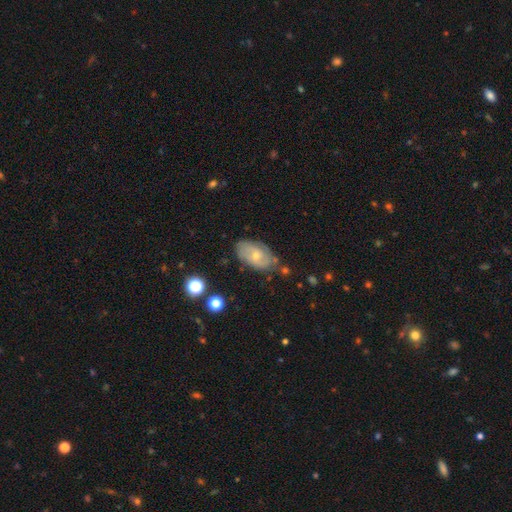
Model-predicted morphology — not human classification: smooth_or_featured: featured or disk (p=0.55) [alt: smooth p=0.38]
disk_edge_on: no (p=0.94) [alt: yes p=0.06]
bar: no (p=0.64) [alt: weak p=0.31]
has_spiral_arms: yes (p=0.76) [alt: no p=0.24]
bulge_size: small (p=0.59) [alt: moderate p=0.36]
merging: none (p=0.68) [alt: minor disturbance p=0.23]